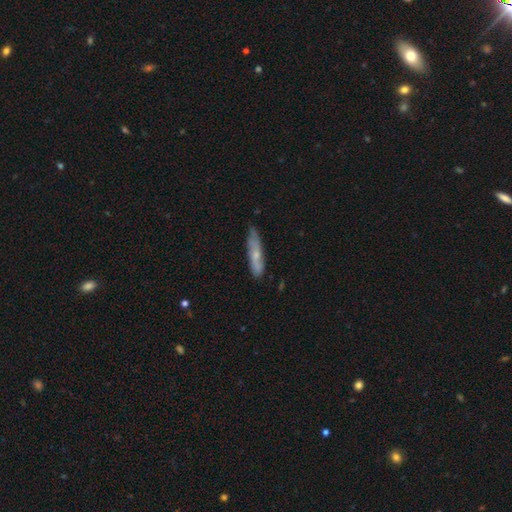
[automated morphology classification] type=smooth (49%); merging=none (73%).